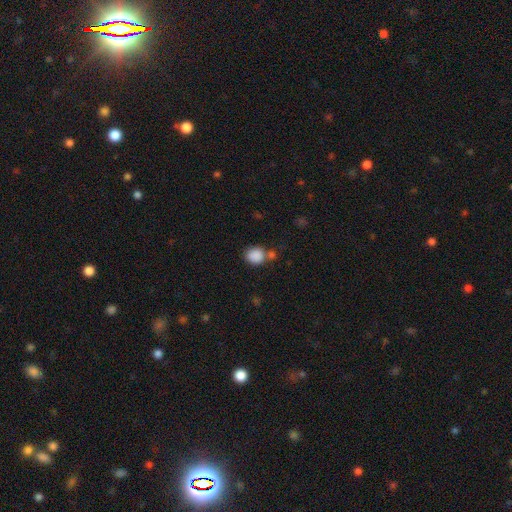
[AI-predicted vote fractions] Overall: smooth (87%). How rounded: round (74%). Merging: none (62%).